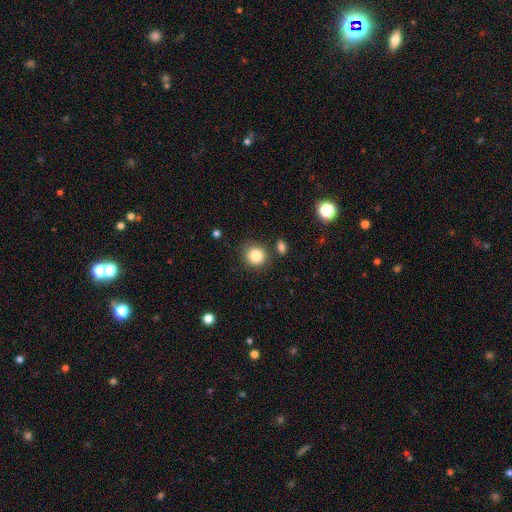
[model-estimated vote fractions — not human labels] Morphology: type=smooth (84%); roundness=round (88%); merging=none (83%).